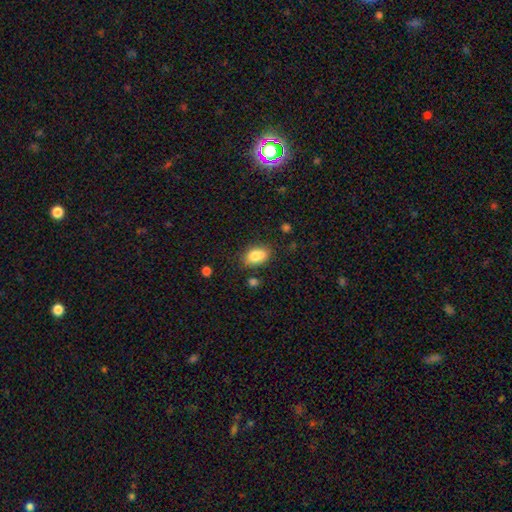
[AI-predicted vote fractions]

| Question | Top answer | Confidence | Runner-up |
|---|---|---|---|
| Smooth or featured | smooth | 82% | featured or disk (9%) |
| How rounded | in between | 84% | round (13%) |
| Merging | none | 67% | minor disturbance (19%) |